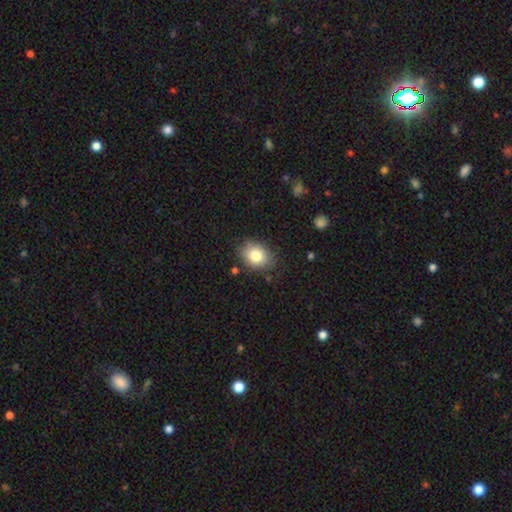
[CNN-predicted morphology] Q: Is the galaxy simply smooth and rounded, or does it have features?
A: smooth — 81%.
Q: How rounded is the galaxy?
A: in between — 65%.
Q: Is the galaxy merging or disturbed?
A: none — 80%.